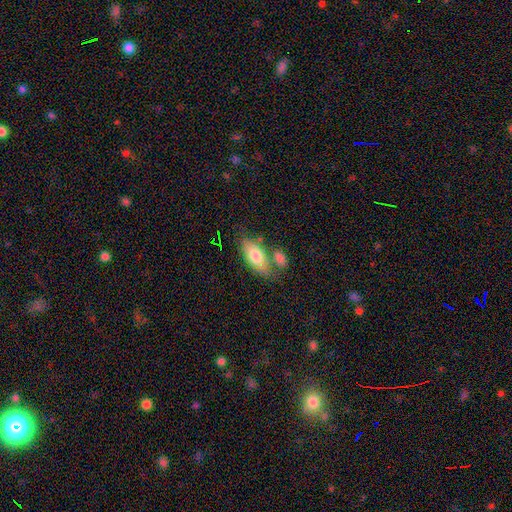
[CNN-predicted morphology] A smooth galaxy with no disk features (72%) that is in between round and cigar-shaped (88%). Merging: none (51%).